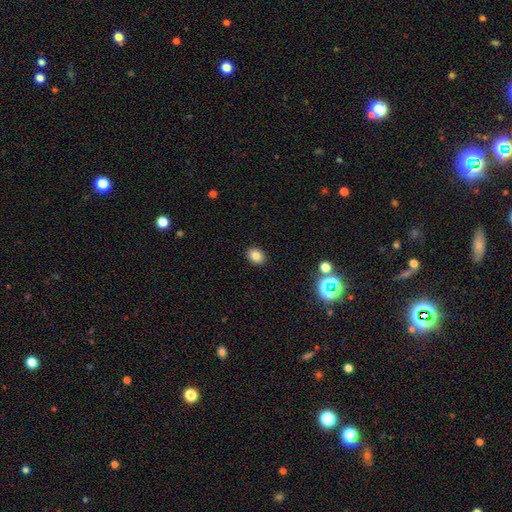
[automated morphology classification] Smooth or featured?
  - smooth: 83% *
  - star or artifact: 11%
  - featured or disk: 6%
How rounded?
  - in between: 61% *
  - round: 38%
  - cigar-shaped: 1%
Merging?
  - none: 90% *
  - minor disturbance: 7%
  - major disturbance: 2%
  - merger: 1%